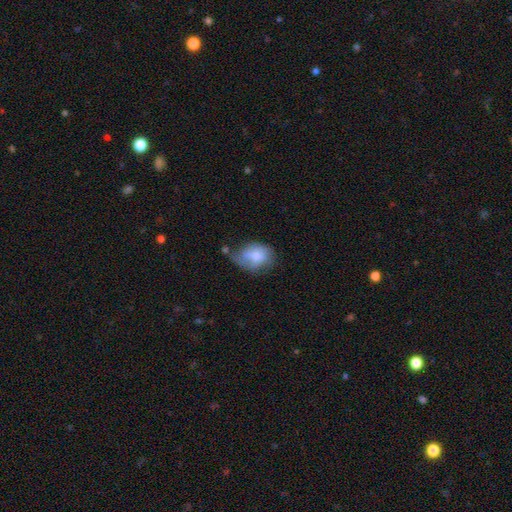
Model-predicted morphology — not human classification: smooth 69%, featured or disk 24%, star or artifact 7%. Down the decision tree: how rounded — in between (62%); merging — minor disturbance (38%).